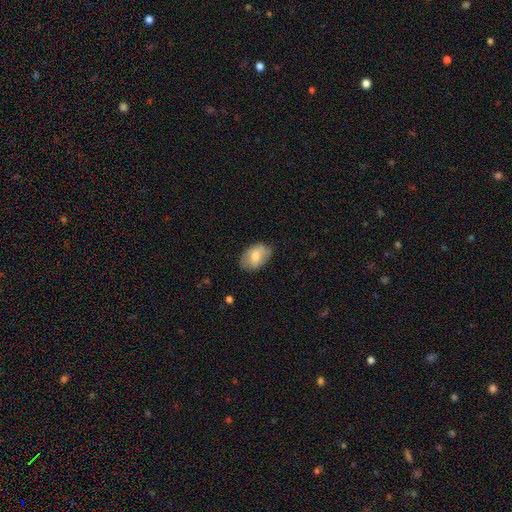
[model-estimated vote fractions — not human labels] Smooth or featured?
  - smooth: 69% *
  - featured or disk: 24%
  - star or artifact: 7%
How rounded?
  - in between: 87% *
  - round: 12%
  - cigar-shaped: 1%
Merging?
  - none: 75% *
  - minor disturbance: 20%
  - major disturbance: 4%
  - merger: 1%